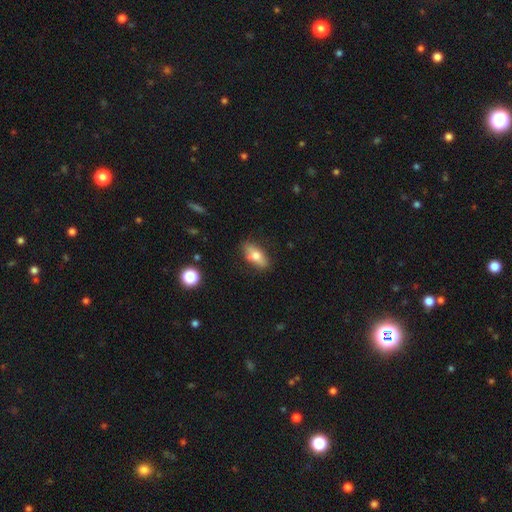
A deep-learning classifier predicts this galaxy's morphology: type=smooth (67%); roundness=in between (78%); merging=none (82%).